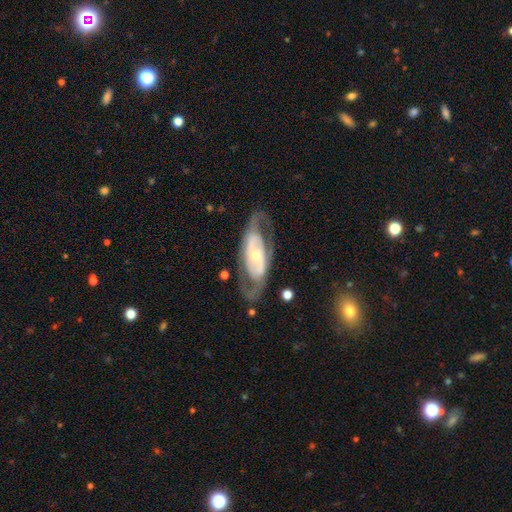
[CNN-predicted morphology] Q: Smooth or featured?
A: featured or disk (81%); runner-up: smooth (14%)
Q: Edge-on disk?
A: no (90%); runner-up: yes (10%)
Q: Bar?
A: no (56%); runner-up: weak (25%)
Q: Spiral arms?
A: yes (71%); runner-up: no (29%)
Q: Spiral winding?
A: medium (43%); runner-up: tight (34%)
Q: Spiral arm count?
A: 2 (78%); runner-up: can't tell (15%)
Q: Bulge size?
A: small (49%); runner-up: moderate (44%)
Q: Merging?
A: none (70%); runner-up: minor disturbance (15%)